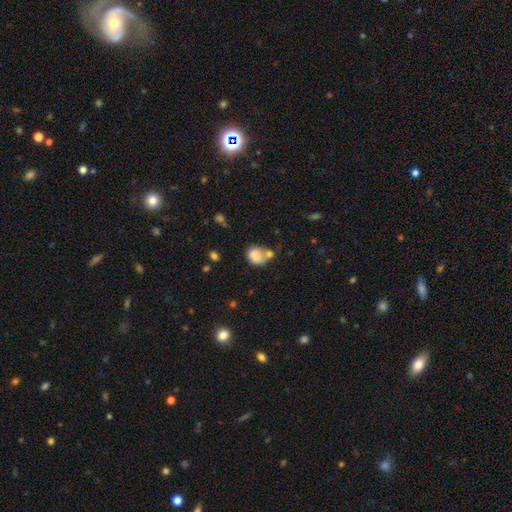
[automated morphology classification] Smooth or featured? smooth (78%)
How rounded? round (56%)
Merging? none (37%)